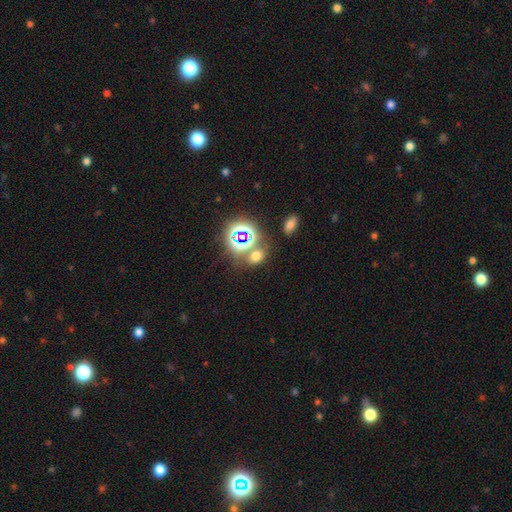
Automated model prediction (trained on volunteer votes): This appears to be a smooth galaxy with no disk features (53%) that is in between round and cigar-shaped (61%). Merging: none (65%).